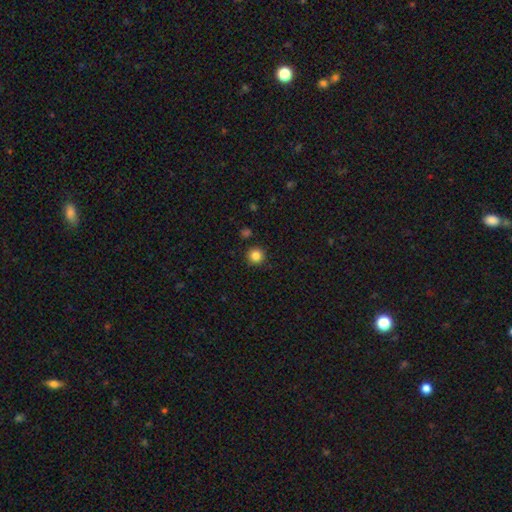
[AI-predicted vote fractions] Smooth or featured?
  - smooth: 85% *
  - star or artifact: 11%
  - featured or disk: 4%
How rounded?
  - round: 96% *
  - in between: 3%
  - cigar-shaped: 1%
Merging?
  - none: 92% *
  - minor disturbance: 5%
  - major disturbance: 2%
  - merger: 2%